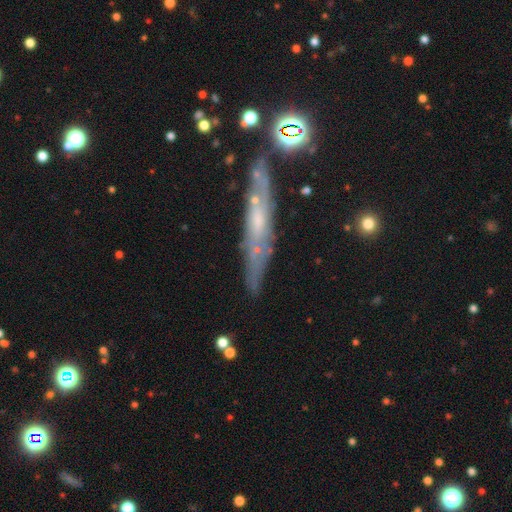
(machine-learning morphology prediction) Smooth or featured: featured or disk — 59% (smooth — 32%)
Edge-on disk: yes — 63% (no — 37%)
Merging: none — 70% (minor disturbance — 18%)